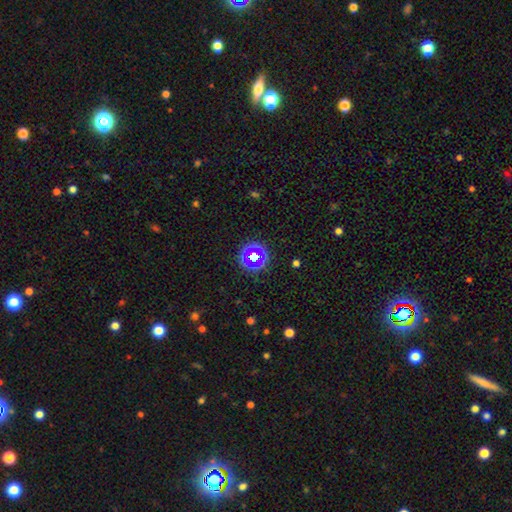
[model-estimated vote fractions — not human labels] This appears to be a star or artifact, not a galaxy (48%).